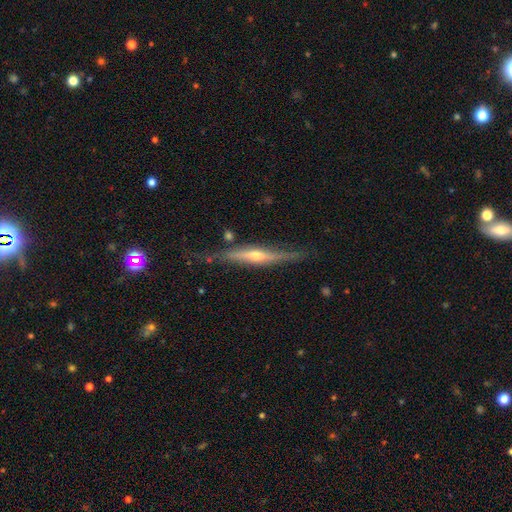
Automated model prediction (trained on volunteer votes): smooth_or_featured: featured or disk (p=0.76) [alt: smooth p=0.18]
disk_edge_on: yes (p=0.96) [alt: no p=0.04]
edge_on_bulge: rounded (p=0.84) [alt: none p=0.11]
merging: none (p=0.75) [alt: minor disturbance p=0.17]